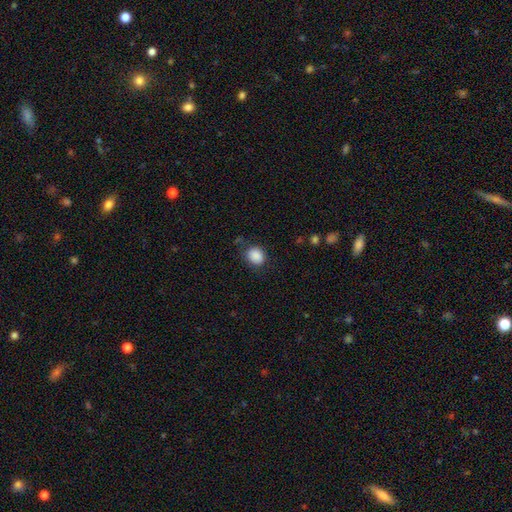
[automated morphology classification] The model was most divided on "how rounded": round: 59%, in between: 40%, cigar-shaped: 1%. More confident: smooth or featured — smooth (88%); merging — none (79%).